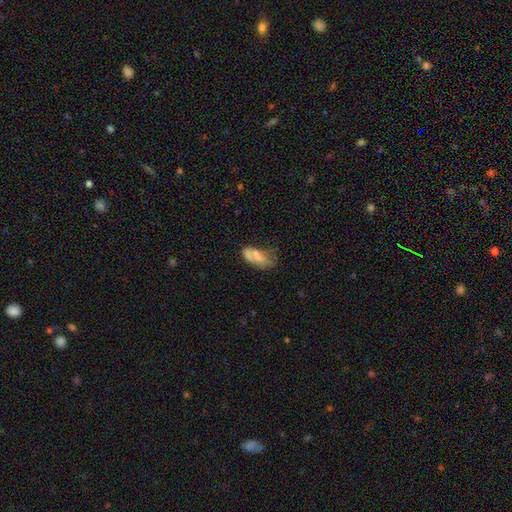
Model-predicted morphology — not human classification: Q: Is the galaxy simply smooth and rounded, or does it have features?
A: smooth — 59%.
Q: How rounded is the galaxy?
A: in between — 84%.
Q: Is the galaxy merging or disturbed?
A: major disturbance — 30%, tied with none and minor disturbance.